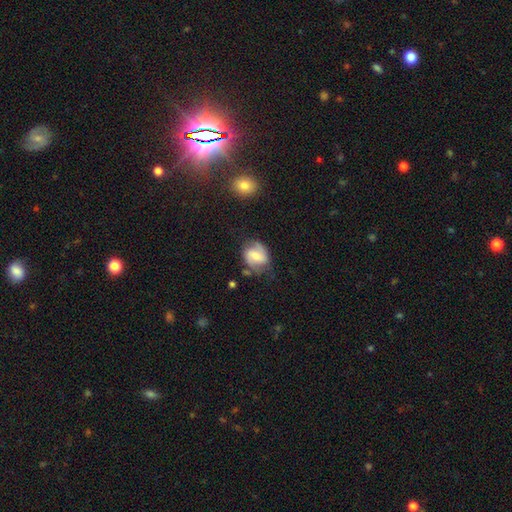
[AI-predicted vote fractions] The model was most divided on "bulge size": moderate: 49%, small: 39%, large: 6%, none: 5%, dominant: 1%. Remaining: edge-on disk — no (97%); spiral arms — yes (88%); spiral arm count — 2 (83%); merging — none (62%); smooth or featured — featured or disk (61%); spiral winding — medium (46%); bar — weak (46%).